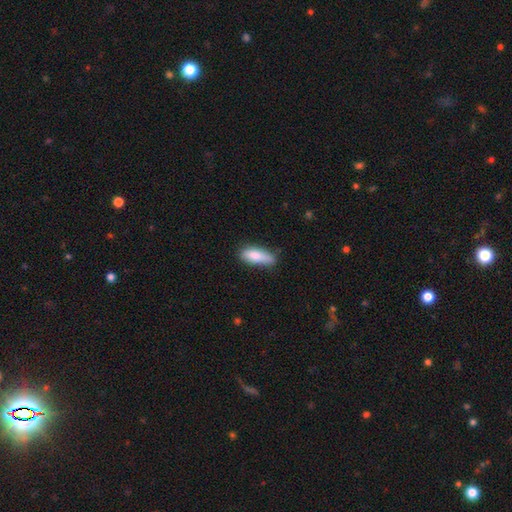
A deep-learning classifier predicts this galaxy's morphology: A smooth galaxy with no disk features (82%) that is in between round and cigar-shaped (60%).

Vote fractions:
- Smooth or featured? smooth: 82% / featured or disk: 11% / star or artifact: 6%
- How rounded? in between: 60% / cigar-shaped: 38% / round: 2%
- Merging? none: 66% / minor disturbance: 26% / major disturbance: 5% / merger: 2%